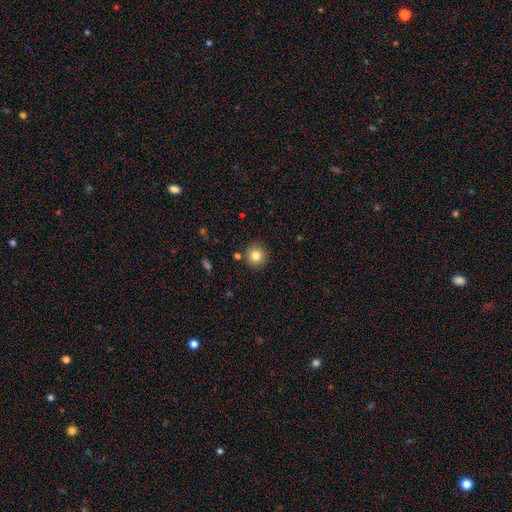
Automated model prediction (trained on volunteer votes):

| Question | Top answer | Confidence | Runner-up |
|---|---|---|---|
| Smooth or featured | smooth | 82% | star or artifact (11%) |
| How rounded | round | 94% | in between (5%) |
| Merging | none | 87% | minor disturbance (7%) |